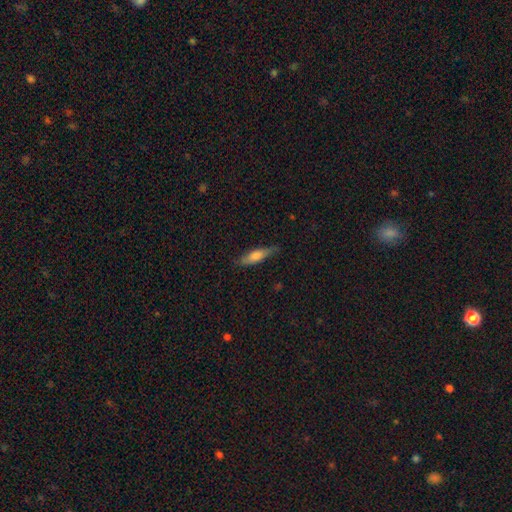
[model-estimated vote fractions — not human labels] Smooth or featured? Predicted: smooth (p=0.64). How rounded? Predicted: cigar-shaped (p=0.63). Merging? Predicted: none (p=0.78).